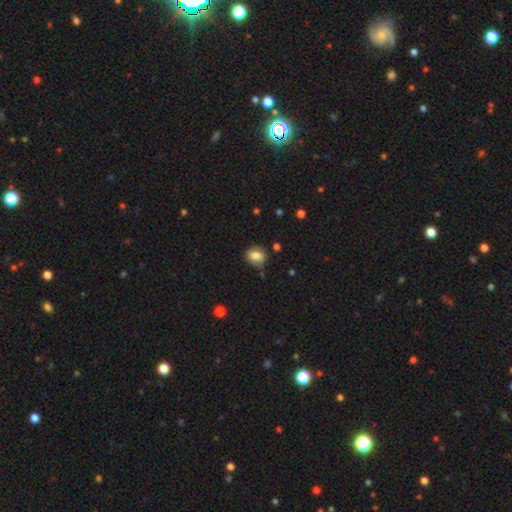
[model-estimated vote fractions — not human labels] Smooth or featured? smooth (77%)
How rounded? round (54%)
Merging? none (71%)